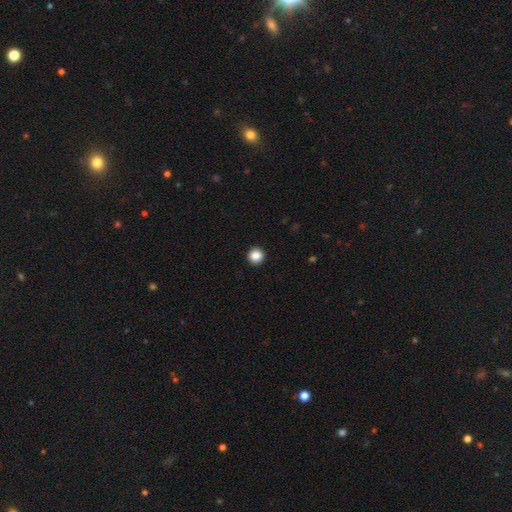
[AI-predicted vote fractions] Smooth or featured? Predicted: smooth (p=0.87). How rounded? Predicted: round (p=0.93). Merging? Predicted: none (p=0.93).